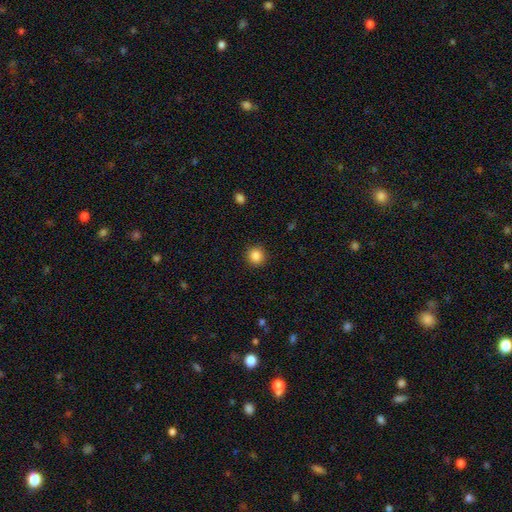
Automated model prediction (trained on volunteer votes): Smooth or featured: smooth — 86% (star or artifact — 10%)
How rounded: round — 93% (in between — 6%)
Merging: none — 91% (minor disturbance — 6%)